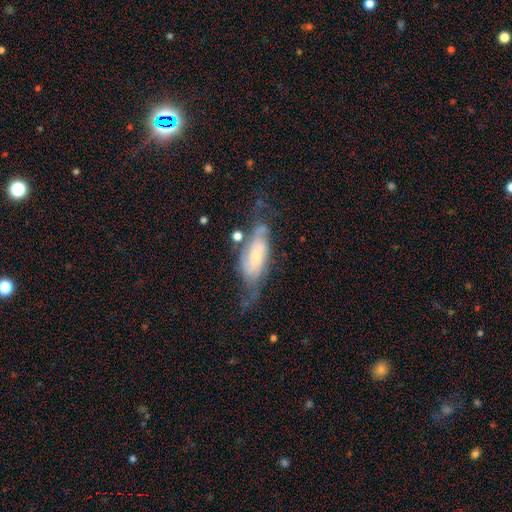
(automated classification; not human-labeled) Overall: featured or disk (73%). Edge-on disk: no (88%). Bar: no (51%; weak 36%). Spiral arms: yes (90%). Spiral arm count: 2 (60%; can't tell 25%). Spiral winding: medium (43%; tight 33%). Bulge size: small (51%; moderate 30%). Merging: none (47%; minor disturbance 25%).